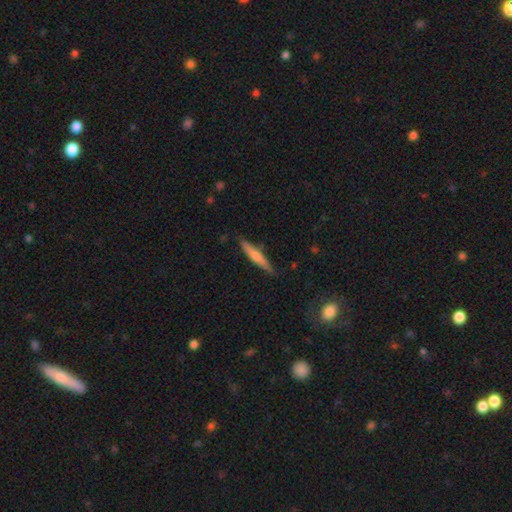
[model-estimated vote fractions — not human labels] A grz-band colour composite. It shows a smooth galaxy with no disk features (58%) that is cigar-shaped (92%). Merging: none (83%).